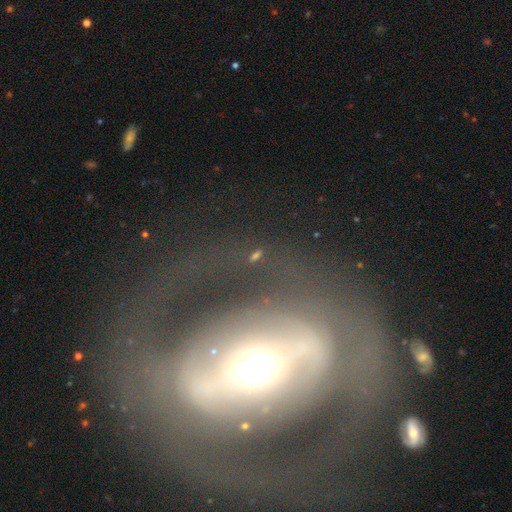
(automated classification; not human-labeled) A featured or disk galaxy (71%) with no bar (42%), spiral arms (51%) and a moderate central bulge (60%).

Vote fractions:
- Smooth or featured? featured or disk: 71% / smooth: 18% / star or artifact: 10%
- Edge-on disk? no: 88% / yes: 12%
- Bar? no: 42% / strong: 35% / weak: 23%
- Spiral arms? yes: 51% / no: 49%
- Bulge size? moderate: 60% / large: 20% / small: 14% / dominant: 5% / none: 1%
- Merging? none: 60% / major disturbance: 23% / minor disturbance: 14% / merger: 3%